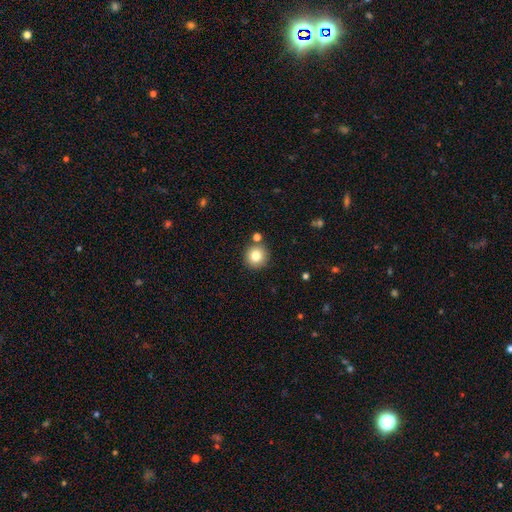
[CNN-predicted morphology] Q: Smooth or featured?
A: smooth (80%); runner-up: star or artifact (11%)
Q: How rounded?
A: round (94%); runner-up: in between (5%)
Q: Merging?
A: none (83%); runner-up: minor disturbance (7%)